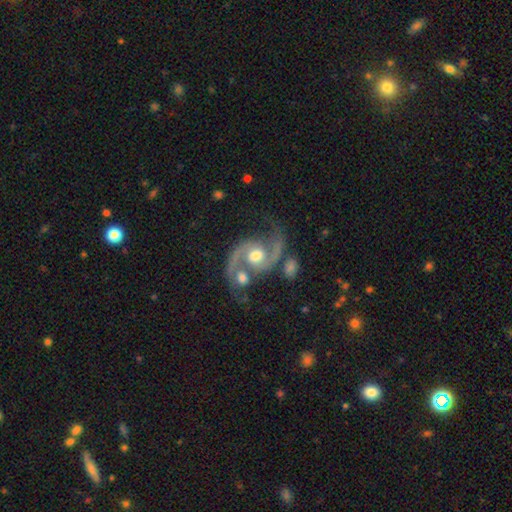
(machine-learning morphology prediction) Smooth or featured?
  - featured or disk: 91% *
  - star or artifact: 5%
  - smooth: 4%
Edge-on disk?
  - no: 98% *
  - yes: 2%
Bar?
  - no: 56% *
  - weak: 34%
  - strong: 9%
Spiral arms?
  - yes: 98% *
  - no: 2%
Spiral winding?
  - medium: 56% *
  - loose: 34%
  - tight: 10%
Spiral arm count?
  - 2: 94% *
  - can't tell: 1%
  - 1: 1%
  - 3: 1%
  - 4: 1%
  - more than 4: 1%
Bulge size?
  - moderate: 68% *
  - large: 17%
  - small: 11%
  - none: 2%
  - dominant: 2%
Merging?
  - none: 55% *
  - merger: 21%
  - minor disturbance: 15%
  - major disturbance: 9%